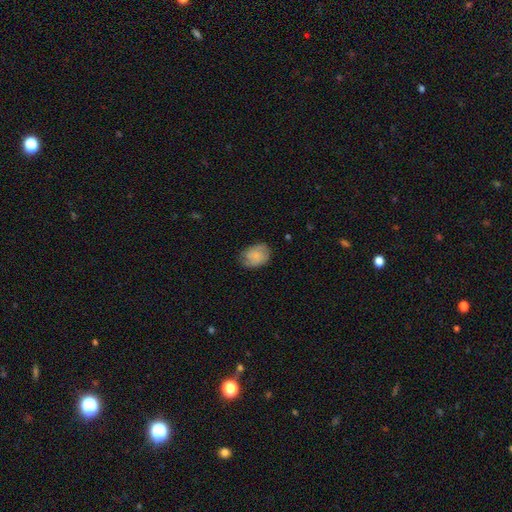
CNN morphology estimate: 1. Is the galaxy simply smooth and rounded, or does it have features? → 69% smooth, 23% featured or disk, 8% star or artifact.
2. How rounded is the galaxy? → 72% in between, 27% round, 1% cigar-shaped.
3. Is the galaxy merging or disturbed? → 66% none, 26% minor disturbance, 7% major disturbance, 1% merger.